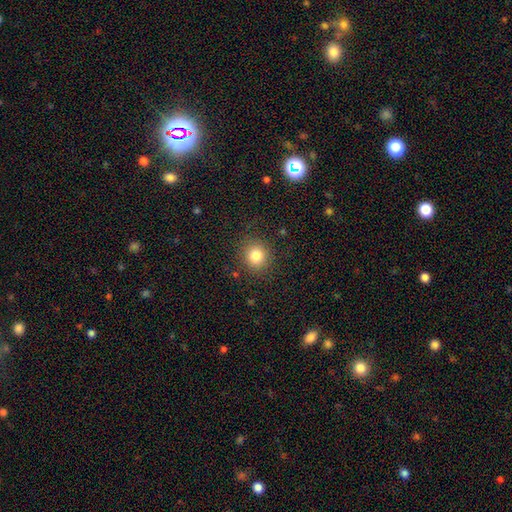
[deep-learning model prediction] Smooth or featured? smooth (82%)
How rounded? round (84%)
Merging? none (87%)